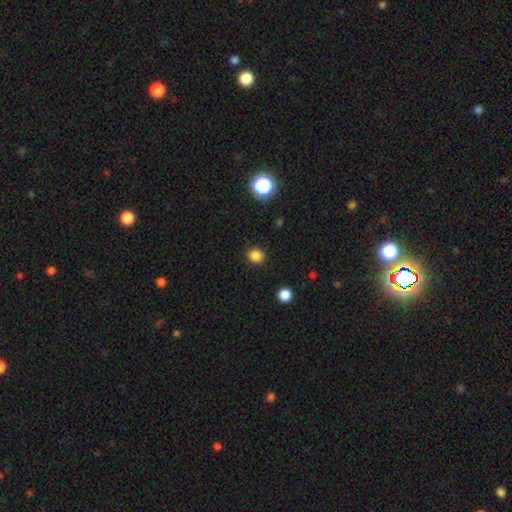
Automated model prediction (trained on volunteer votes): Smooth or featured?
  - smooth: 84% *
  - star or artifact: 13%
  - featured or disk: 3%
How rounded?
  - round: 77% *
  - in between: 22%
  - cigar-shaped: 1%
Merging?
  - none: 89% *
  - minor disturbance: 8%
  - major disturbance: 2%
  - merger: 1%